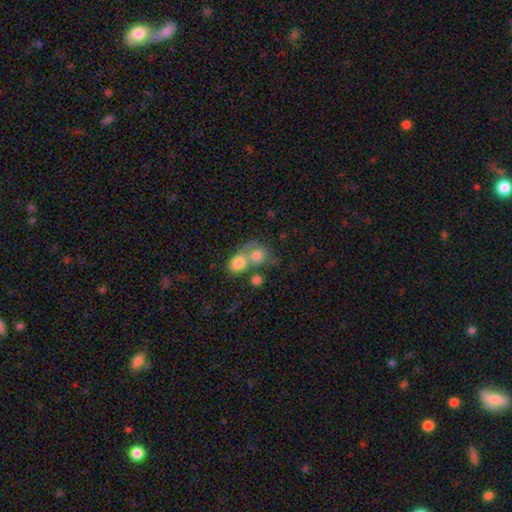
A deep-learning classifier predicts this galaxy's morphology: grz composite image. It shows a smooth galaxy with no disk features (66%) that is round (61%). Merging: merger (65%).